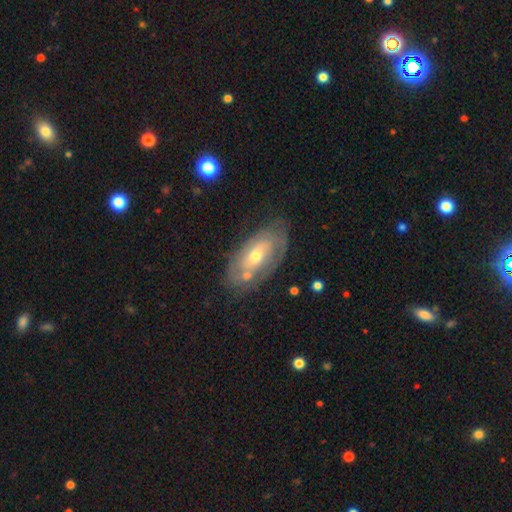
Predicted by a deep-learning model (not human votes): smooth-or-featured: featured or disk: 65% | smooth: 28% | star or artifact: 7%
  disk-edge-on: no: 89% | yes: 11%
    bar: no: 62% | weak: 29% | strong: 9%
    has-spiral-arms: yes: 63% | no: 37%
    bulge-size: moderate: 54% | small: 41% | large: 3% | none: 1% | dominant: 1%
  merging: none: 61% | minor disturbance: 21% | merger: 9% | major disturbance: 8%